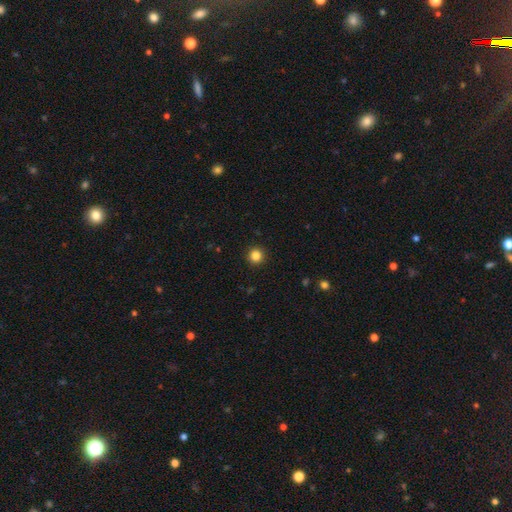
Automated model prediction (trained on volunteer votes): smooth_or_featured: smooth (p=0.84) [alt: star or artifact p=0.12]
how_rounded: round (p=0.96) [alt: in between p=0.03]
merging: none (p=0.93) [alt: minor disturbance p=0.04]